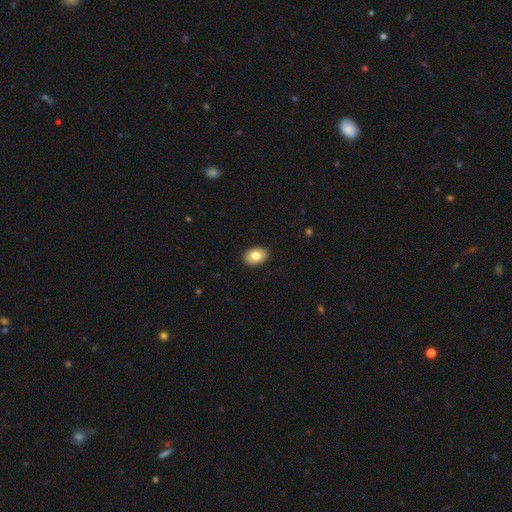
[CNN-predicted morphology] A smooth galaxy with no disk features (81%) that is in between round and cigar-shaped (87%). Merging: none (91%).